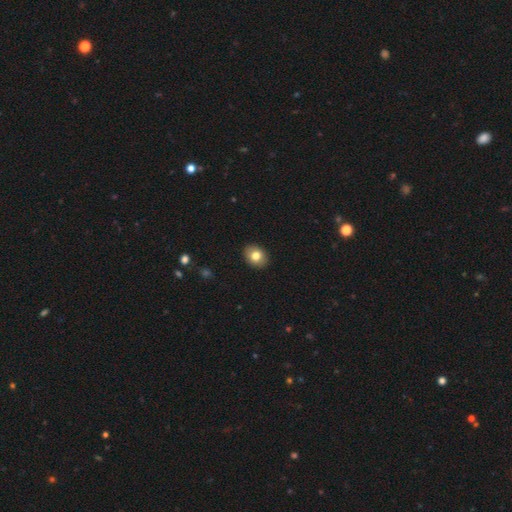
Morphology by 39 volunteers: A smooth galaxy with no disk features (82%) that is in between round and cigar-shaped (53%). Merging: none (97%).